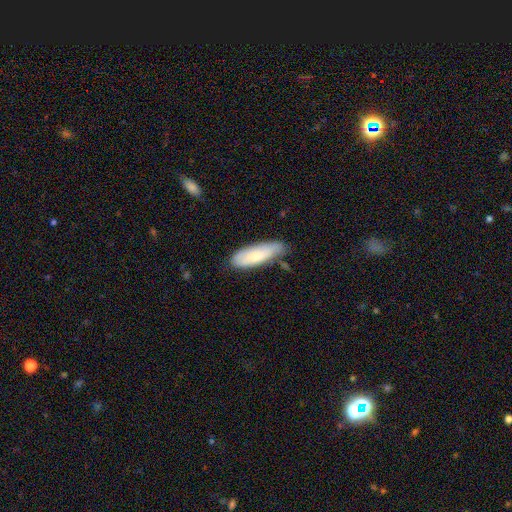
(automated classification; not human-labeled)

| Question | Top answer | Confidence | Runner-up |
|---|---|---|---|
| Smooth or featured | smooth | 74% | featured or disk (20%) |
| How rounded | in between | 59% | cigar-shaped (39%) |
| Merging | none | 62% | minor disturbance (28%) |